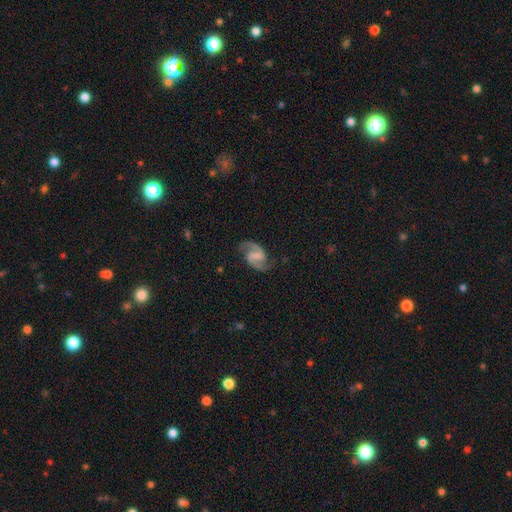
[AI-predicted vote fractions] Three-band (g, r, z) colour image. It shows a featured or disk galaxy (90%) with a weak bar (50%), 2 (94%) medium (57%) spiral arms (98%) and no central bulge (44%). Merging: none (81%).